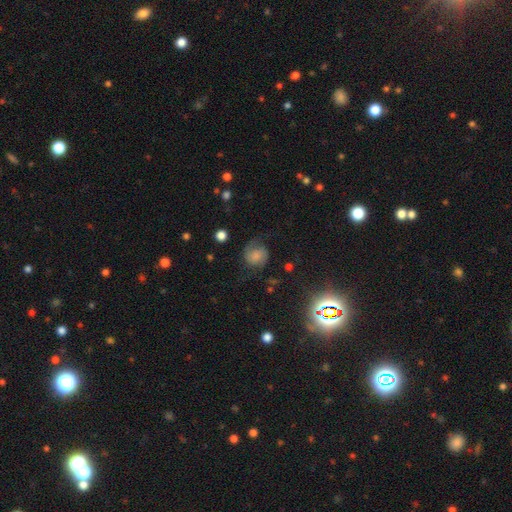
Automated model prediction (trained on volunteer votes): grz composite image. It shows a featured or disk galaxy (56%) with no bar (60%), spiral arms (92%) and no central bulge (29%, tied with small). Merging: none (64%).